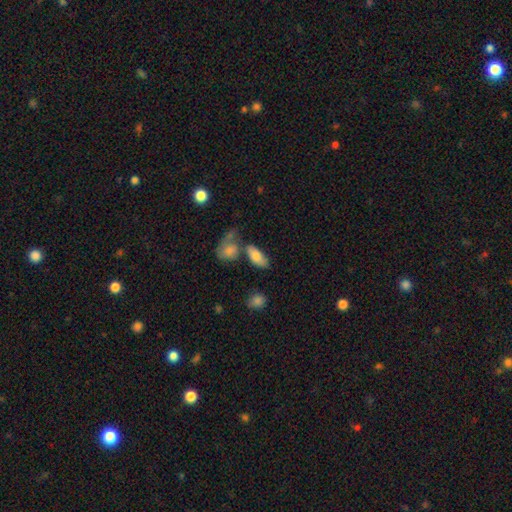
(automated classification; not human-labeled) Smooth or featured?
  - smooth: 79% *
  - featured or disk: 14%
  - star or artifact: 8%
How rounded?
  - in between: 87% *
  - cigar-shaped: 9%
  - round: 4%
Merging?
  - none: 50% *
  - merger: 26%
  - minor disturbance: 16%
  - major disturbance: 8%